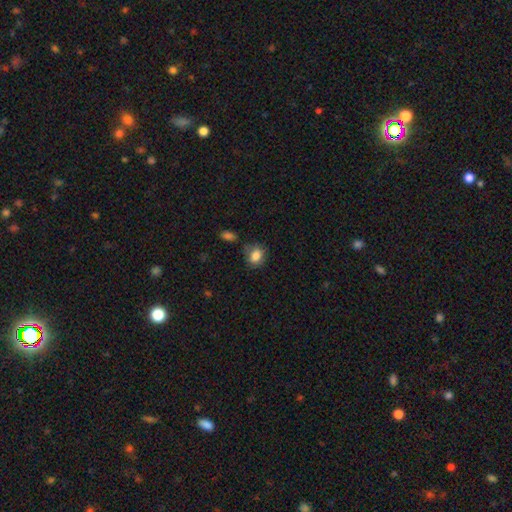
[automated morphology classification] smooth-or-featured: smooth: 84% | star or artifact: 9% | featured or disk: 7%
  how-rounded: in between: 52% | round: 47% | cigar-shaped: 1%
  merging: none: 66% | minor disturbance: 23% | major disturbance: 6% | merger: 5%